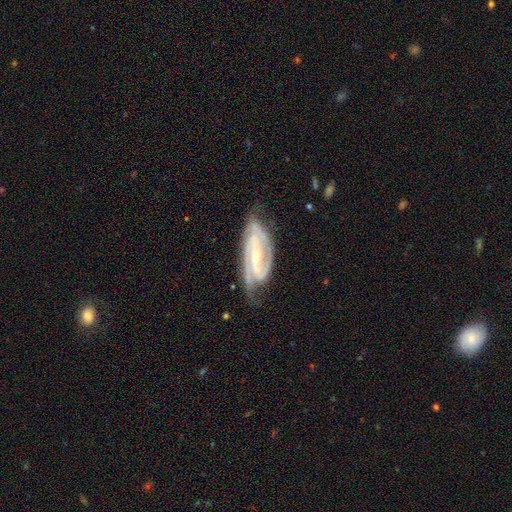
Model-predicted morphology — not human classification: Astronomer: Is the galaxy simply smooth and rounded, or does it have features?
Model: featured or disk — 90%.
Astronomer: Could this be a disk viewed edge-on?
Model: no — 94%.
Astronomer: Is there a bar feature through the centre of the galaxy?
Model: strong — 41% (runner-up: weak, 36%).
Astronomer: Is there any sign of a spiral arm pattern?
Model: yes — 98%.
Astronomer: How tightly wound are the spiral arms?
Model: tight — 50% (runner-up: medium, 41%).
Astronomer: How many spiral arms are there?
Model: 2 — 72%.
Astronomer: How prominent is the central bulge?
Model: small — 65%.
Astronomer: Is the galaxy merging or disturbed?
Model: none — 69%.